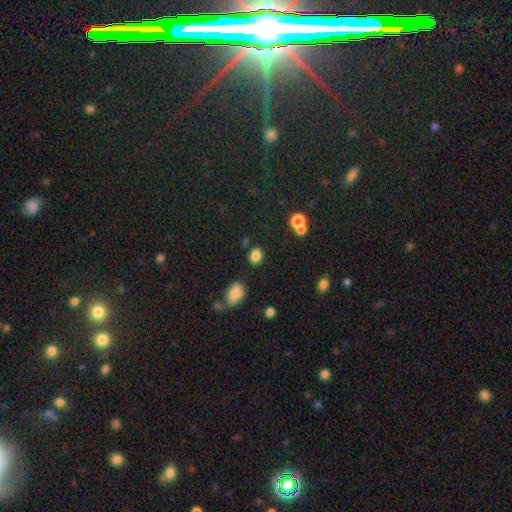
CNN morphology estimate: smooth_or_featured: smooth (p=0.83) [alt: star or artifact p=0.12]
how_rounded: in between (p=0.53) [alt: round p=0.46]
merging: none (p=0.79) [alt: minor disturbance p=0.12]